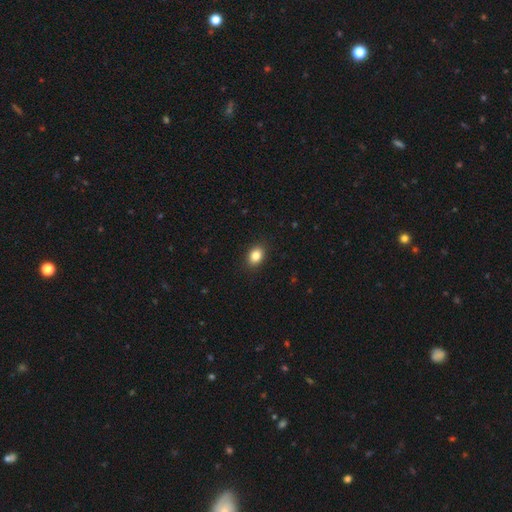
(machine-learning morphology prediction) Smooth or featured?
  - smooth: 85% *
  - star or artifact: 9%
  - featured or disk: 5%
How rounded?
  - in between: 72% *
  - round: 27%
  - cigar-shaped: 1%
Merging?
  - none: 89% *
  - minor disturbance: 8%
  - major disturbance: 2%
  - merger: 1%